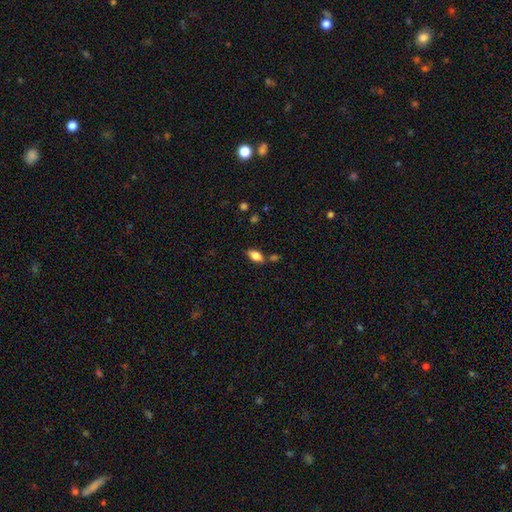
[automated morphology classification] smooth_or_featured: smooth (p=0.81) [alt: featured or disk p=0.11]
how_rounded: in between (p=0.89) [alt: cigar-shaped p=0.07]
merging: none (p=0.75) [alt: minor disturbance p=0.14]